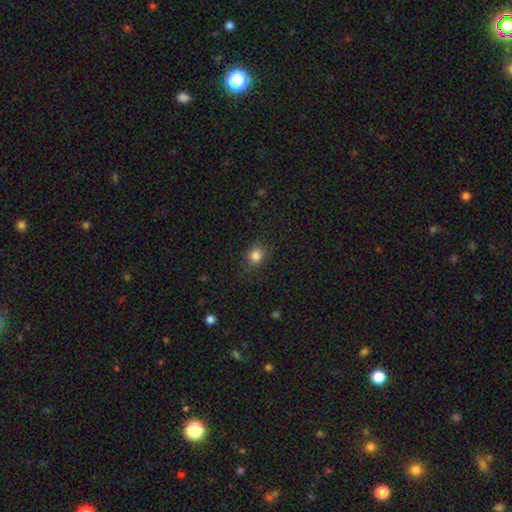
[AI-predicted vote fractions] This is clearly a smooth galaxy (83%). How rounded: likely round (67%). Merging: clearly none (85%).